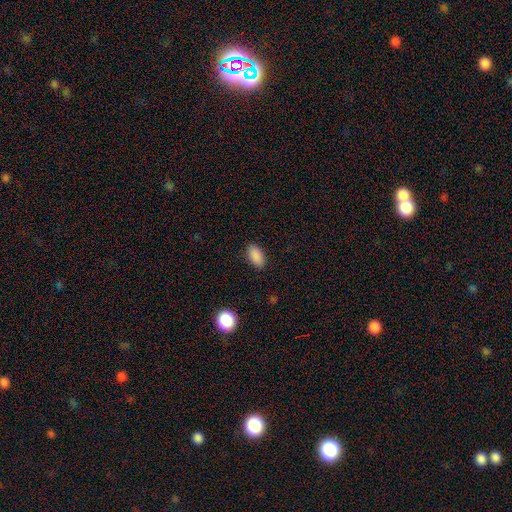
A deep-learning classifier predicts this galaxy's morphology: Smooth or featured?
  - smooth: 89% *
  - star or artifact: 8%
  - featured or disk: 3%
How rounded?
  - in between: 92% *
  - round: 5%
  - cigar-shaped: 3%
Merging?
  - none: 88% *
  - minor disturbance: 9%
  - major disturbance: 2%
  - merger: 1%